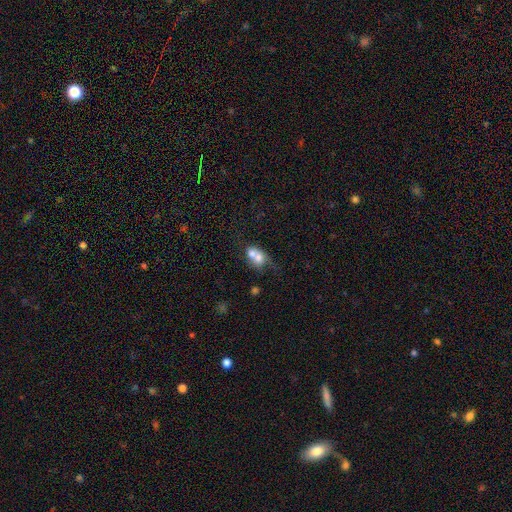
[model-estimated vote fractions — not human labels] Overall: smooth (66%). How rounded: in between (52%; round 46%). Merging: merger (70%).